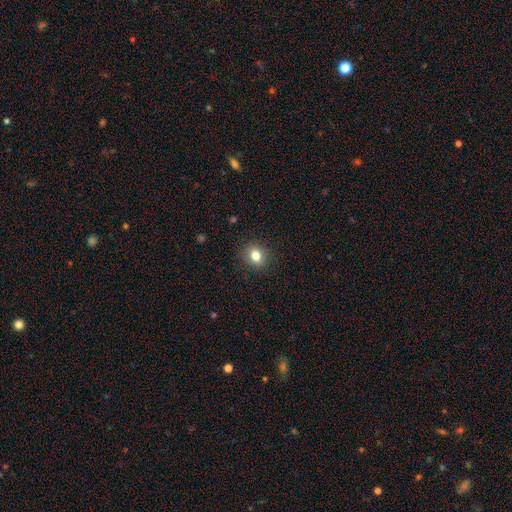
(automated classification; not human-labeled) Smooth or featured? smooth (80%)
How rounded? round (63%)
Merging? none (89%)